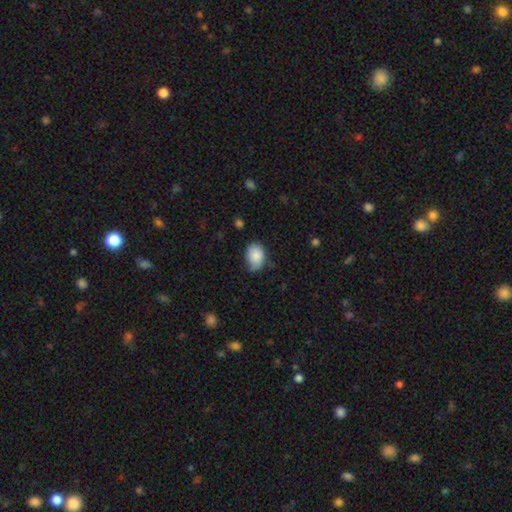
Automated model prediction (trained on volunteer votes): Smooth or featured? smooth (85%)
How rounded? in between (76%)
Merging? none (56%)